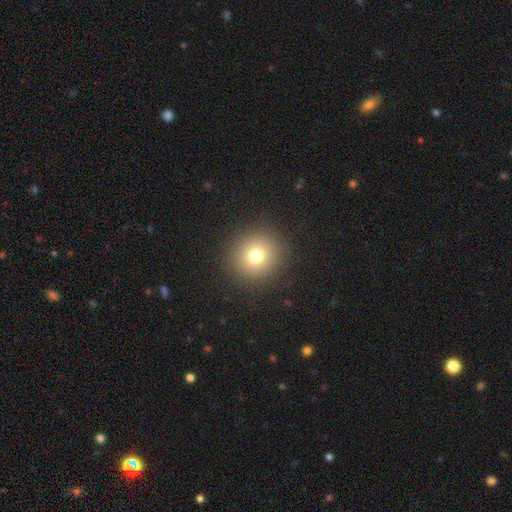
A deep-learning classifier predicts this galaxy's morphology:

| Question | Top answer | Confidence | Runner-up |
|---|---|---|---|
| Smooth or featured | smooth | 75% | star or artifact (14%) |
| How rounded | round | 92% | in between (7%) |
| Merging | none | 90% | minor disturbance (6%) |